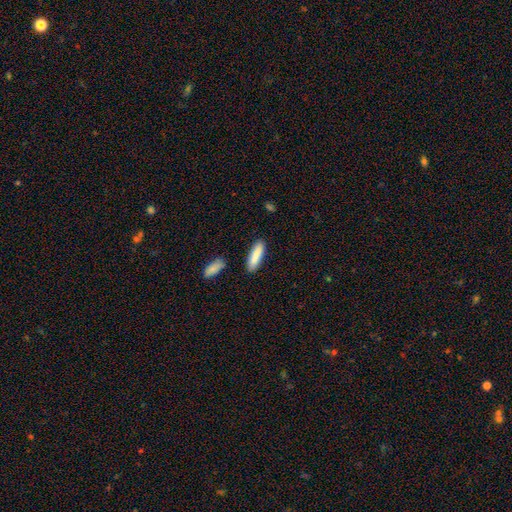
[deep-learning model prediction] smooth_or_featured: smooth (p=0.87) [alt: featured or disk p=0.07]
how_rounded: cigar-shaped (p=0.68) [alt: in between p=0.30]
merging: none (p=0.88) [alt: minor disturbance p=0.08]